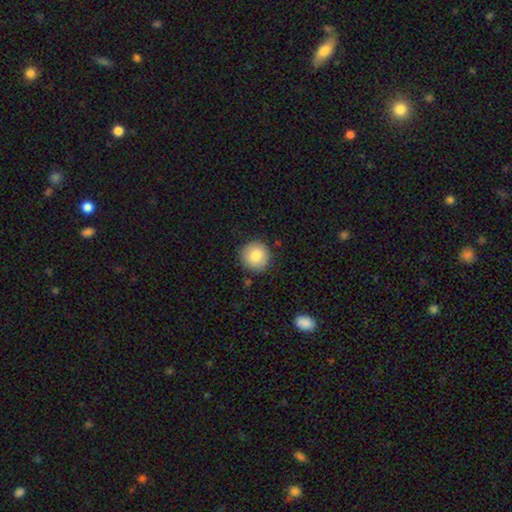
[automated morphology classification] Smooth or featured: smooth — 84% (featured or disk — 8%)
How rounded: round — 94% (in between — 5%)
Merging: none — 87% (minor disturbance — 9%)